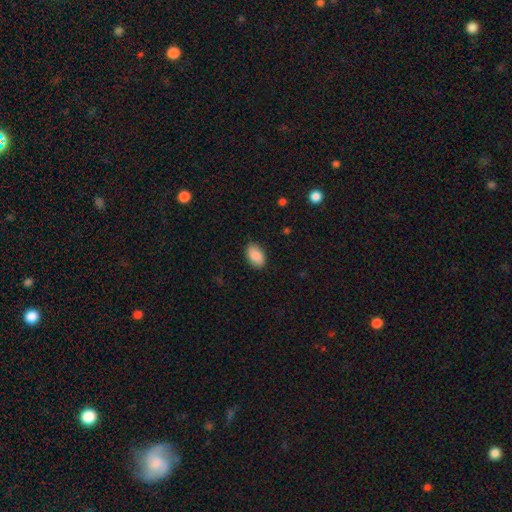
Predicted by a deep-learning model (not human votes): Smooth or featured? smooth (88%)
How rounded? in between (92%)
Merging? none (87%)